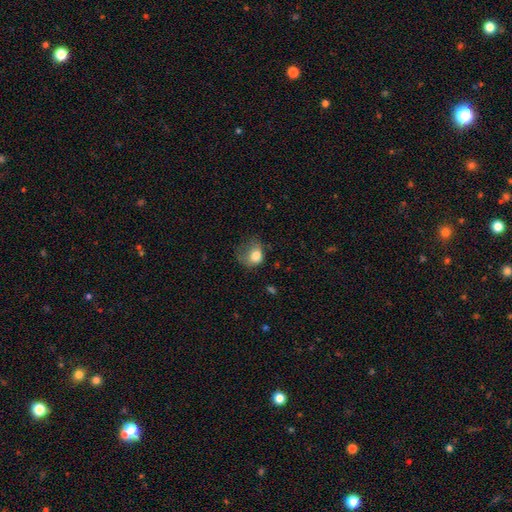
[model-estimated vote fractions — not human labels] Smooth or featured?
  - smooth: 75% *
  - featured or disk: 15%
  - star or artifact: 10%
How rounded?
  - in between: 51% *
  - round: 48%
  - cigar-shaped: 1%
Merging?
  - major disturbance: 44% *
  - minor disturbance: 31%
  - none: 22%
  - merger: 3%